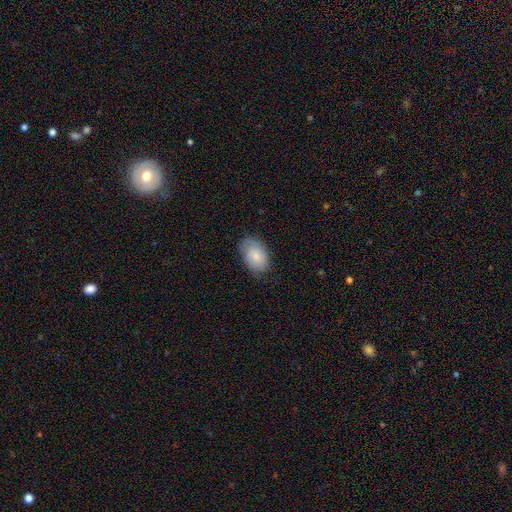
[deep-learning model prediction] Q: Smooth or featured?
A: smooth (75%); runner-up: featured or disk (18%)
Q: How rounded?
A: in between (87%); runner-up: round (12%)
Q: Merging?
A: none (76%); runner-up: minor disturbance (19%)